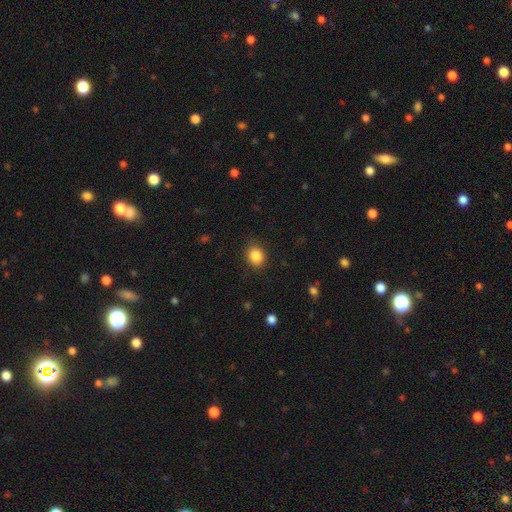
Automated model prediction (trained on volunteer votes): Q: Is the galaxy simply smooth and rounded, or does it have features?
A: smooth — 86%.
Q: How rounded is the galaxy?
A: round — 59%.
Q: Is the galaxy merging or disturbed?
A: none — 86%.